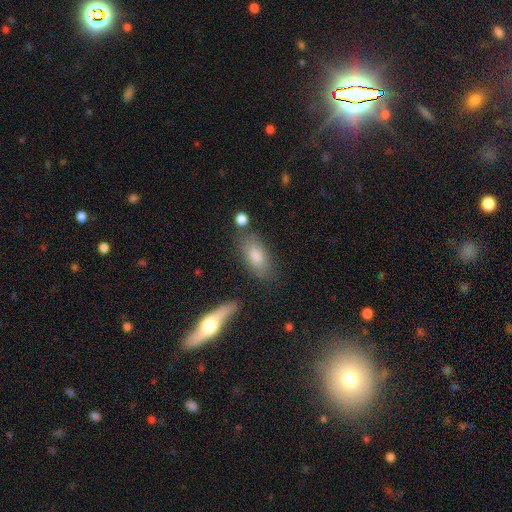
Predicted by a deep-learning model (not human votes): Q: Smooth or featured?
A: smooth (74%); runner-up: featured or disk (19%)
Q: How rounded?
A: in between (82%); runner-up: cigar-shaped (13%)
Q: Merging?
A: none (75%); runner-up: minor disturbance (14%)